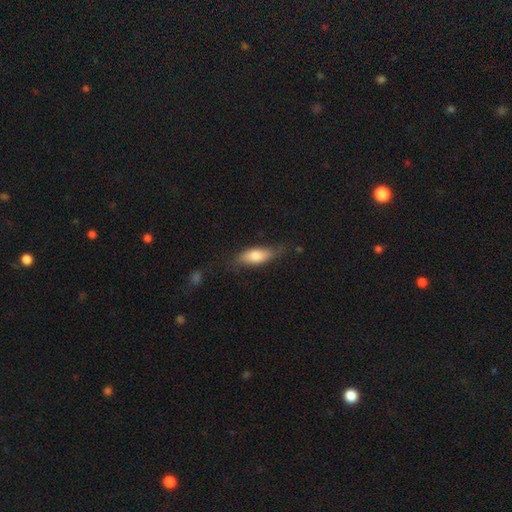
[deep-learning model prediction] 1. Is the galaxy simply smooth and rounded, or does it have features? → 74% smooth, 20% featured or disk, 6% star or artifact.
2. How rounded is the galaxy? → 72% in between, 25% cigar-shaped, 3% round.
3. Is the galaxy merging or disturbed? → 68% none, 24% minor disturbance, 6% major disturbance, 2% merger.